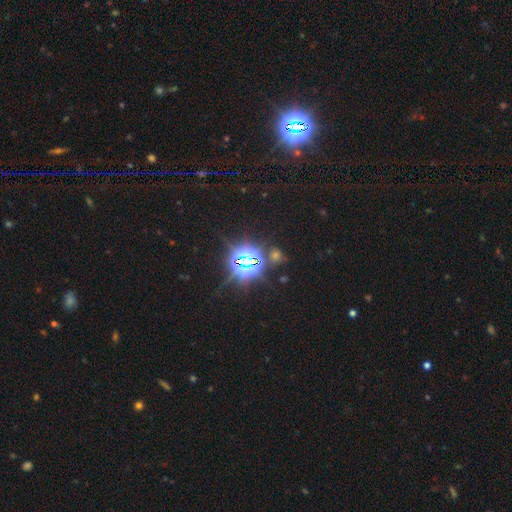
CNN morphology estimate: Smooth or featured?
  - star or artifact: 79% *
  - smooth: 16%
  - featured or disk: 5%